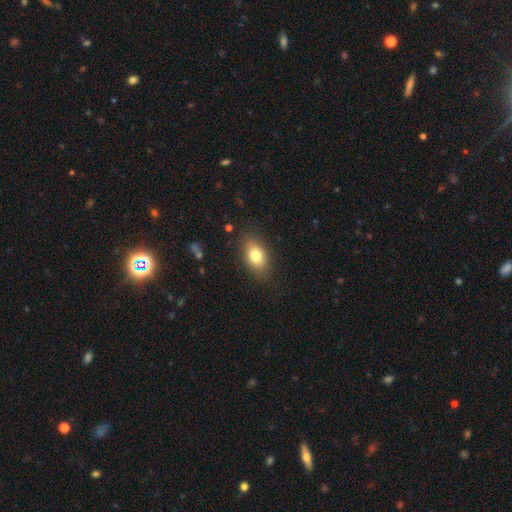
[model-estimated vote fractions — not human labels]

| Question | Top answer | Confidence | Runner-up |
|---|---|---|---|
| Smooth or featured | smooth | 78% | featured or disk (14%) |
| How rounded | in between | 86% | round (11%) |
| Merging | none | 83% | minor disturbance (12%) |